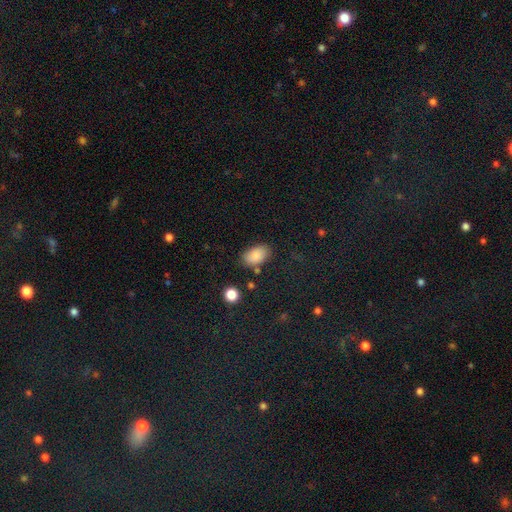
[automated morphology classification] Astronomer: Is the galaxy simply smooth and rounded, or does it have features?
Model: smooth — 86%.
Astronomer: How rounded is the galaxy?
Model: in between — 90%.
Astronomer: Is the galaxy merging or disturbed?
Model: none — 76%.